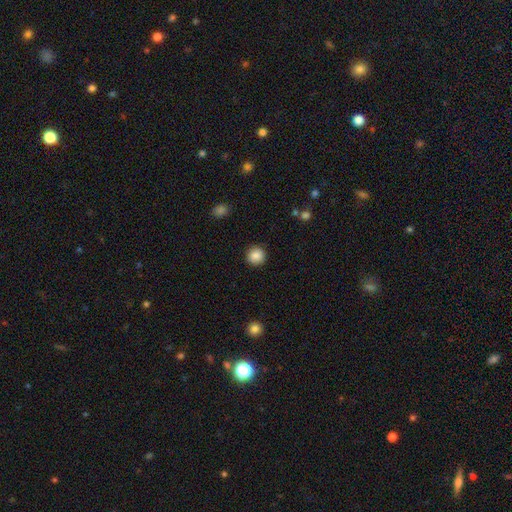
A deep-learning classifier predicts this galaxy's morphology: This appears to be a smooth galaxy with no disk features (87%) that is round (93%). Merging: none (91%).